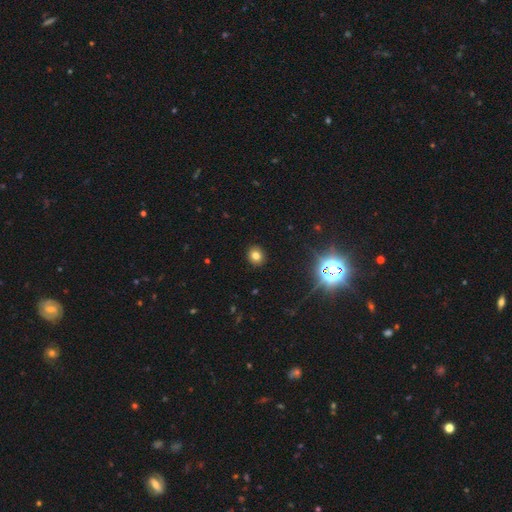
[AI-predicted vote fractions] Q: Smooth or featured?
A: smooth (76%); runner-up: star or artifact (16%)
Q: How rounded?
A: round (79%); runner-up: in between (20%)
Q: Merging?
A: none (91%); runner-up: minor disturbance (6%)